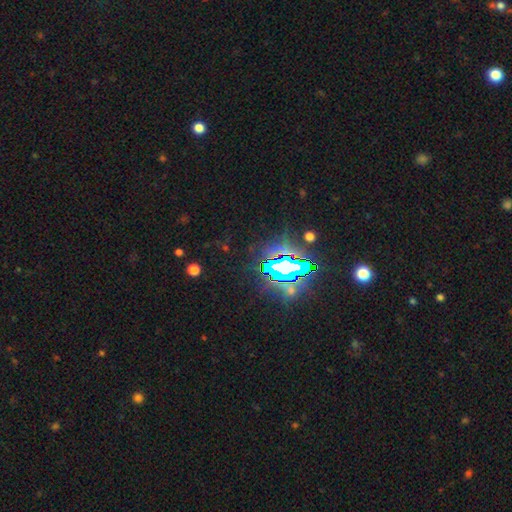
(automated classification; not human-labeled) Morphology: type=star or artifact (84%).